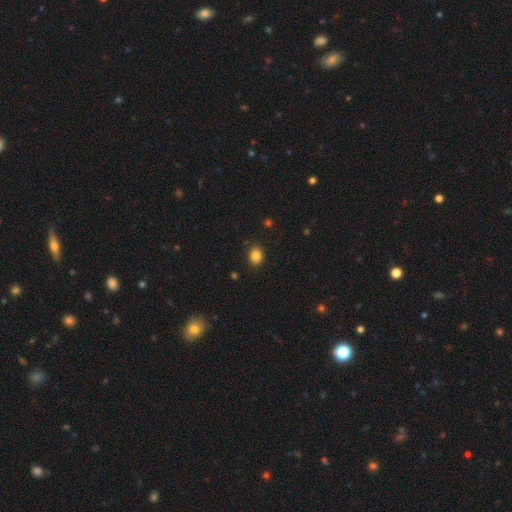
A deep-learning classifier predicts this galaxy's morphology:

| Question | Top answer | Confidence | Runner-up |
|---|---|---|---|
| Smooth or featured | smooth | 86% | star or artifact (11%) |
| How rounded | round | 56% | in between (43%) |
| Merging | none | 87% | minor disturbance (9%) |